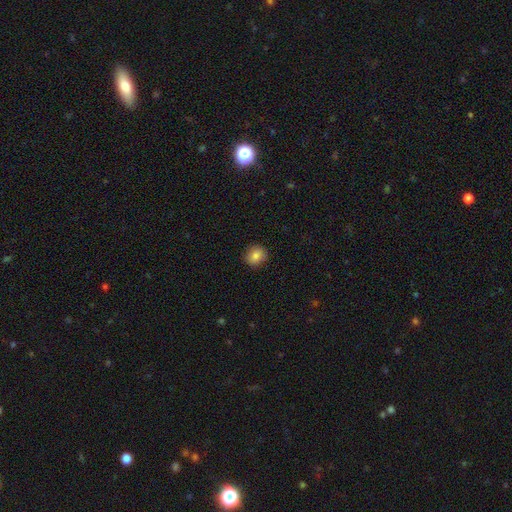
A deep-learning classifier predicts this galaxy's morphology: type=smooth (83%); roundness=round (83%); merging=none (89%).